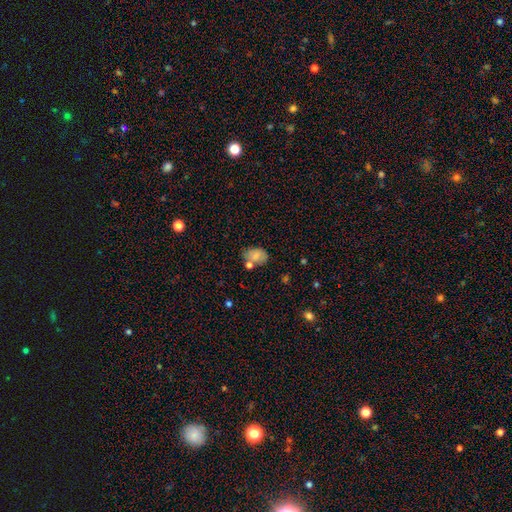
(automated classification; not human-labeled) This is likely a smooth galaxy (80%). How rounded: likely in between (78%). Merging: possibly none (52%).